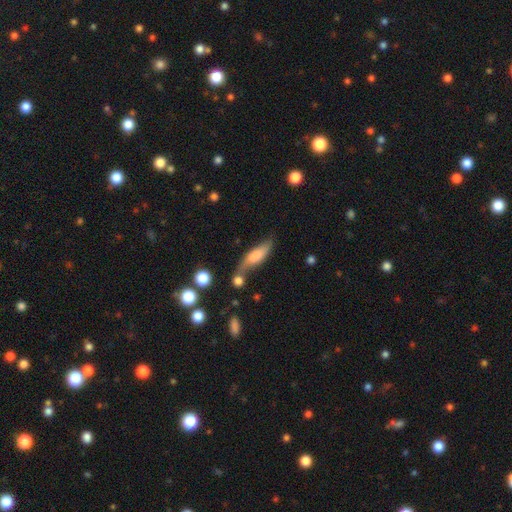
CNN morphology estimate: This appears to be a smooth galaxy with no disk features (57%) that is in between round and cigar-shaped (53%). Merging: none (44%).